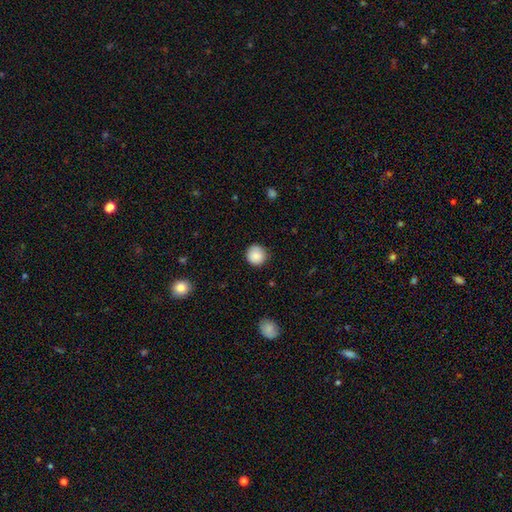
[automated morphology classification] type=smooth (87%); roundness=round (94%); merging=none (86%).